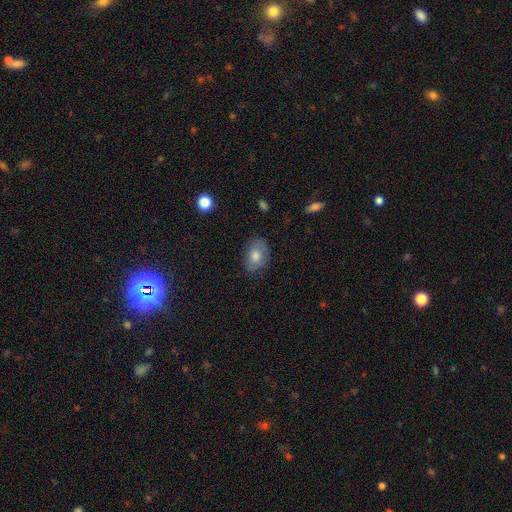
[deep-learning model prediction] smooth_or_featured: smooth (p=0.69) [alt: featured or disk p=0.22]
how_rounded: in between (p=0.79) [alt: round p=0.20]
merging: none (p=0.77) [alt: minor disturbance p=0.18]